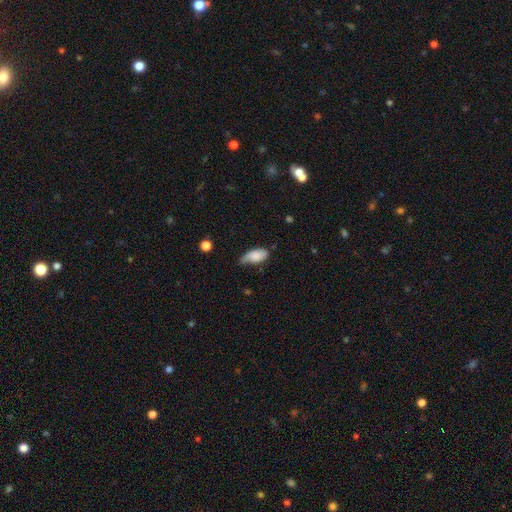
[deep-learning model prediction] A smooth galaxy with no disk features (72%) that is in between round and cigar-shaped (90%). Merging: minor disturbance (42%).